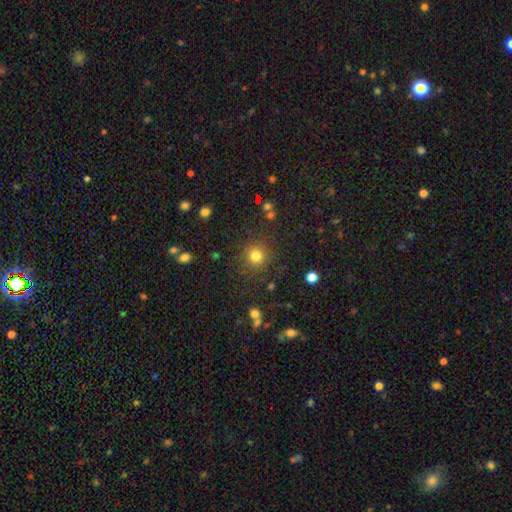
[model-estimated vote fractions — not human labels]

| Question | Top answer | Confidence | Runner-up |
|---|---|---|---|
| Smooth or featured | smooth | 79% | star or artifact (15%) |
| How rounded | round | 93% | in between (6%) |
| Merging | none | 87% | minor disturbance (7%) |